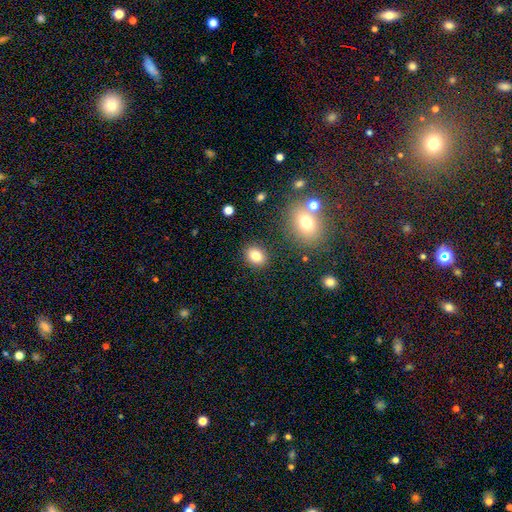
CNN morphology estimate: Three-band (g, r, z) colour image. It shows a smooth galaxy with no disk features (80%) that is in between round and cigar-shaped (55%). Merging: none (86%).